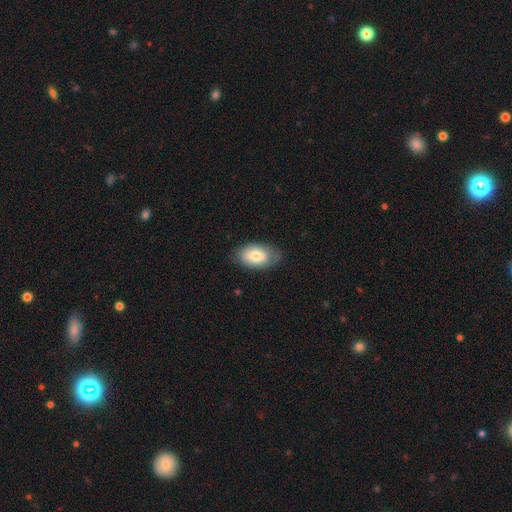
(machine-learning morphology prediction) Smooth or featured? smooth (76%)
How rounded? in between (92%)
Merging? none (76%)